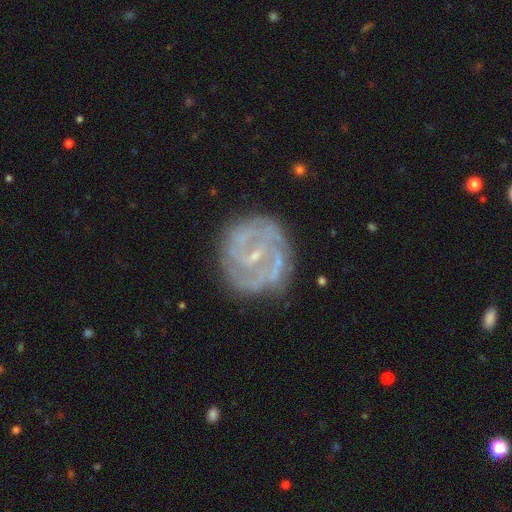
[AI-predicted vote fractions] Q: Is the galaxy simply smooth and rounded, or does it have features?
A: featured or disk — 82%.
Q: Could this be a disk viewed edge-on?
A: no — 97%.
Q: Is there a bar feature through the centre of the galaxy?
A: weak — 47%.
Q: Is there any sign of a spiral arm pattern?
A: yes — 89%.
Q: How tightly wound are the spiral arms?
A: tight — 55%.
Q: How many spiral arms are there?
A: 2 — 38%.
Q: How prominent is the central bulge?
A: small — 80%.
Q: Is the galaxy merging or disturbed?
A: none — 76%.